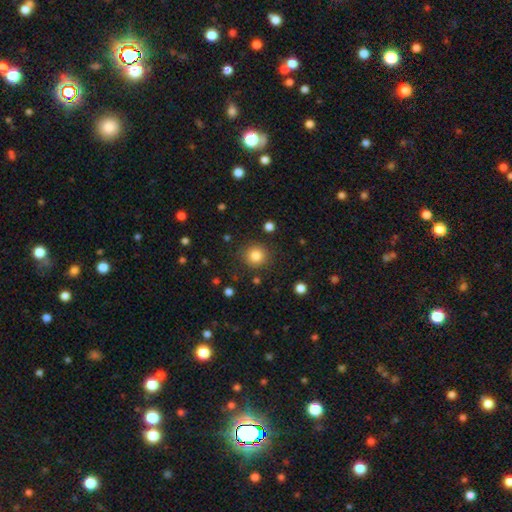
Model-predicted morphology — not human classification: This appears to be a smooth galaxy with no disk features (83%) that is round (92%). Merging: none (87%).